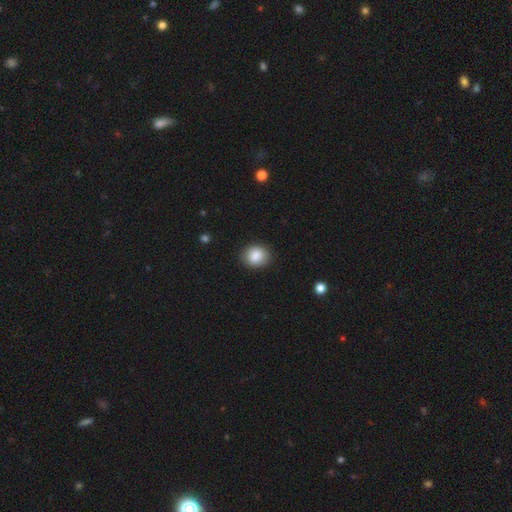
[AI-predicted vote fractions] A smooth galaxy with no disk features (85%) that is round (63%).

Vote fractions:
- Smooth or featured? smooth: 85% / star or artifact: 8% / featured or disk: 6%
- How rounded? round: 63% / in between: 36% / cigar-shaped: 1%
- Merging? none: 86% / minor disturbance: 11% / major disturbance: 2% / merger: 1%